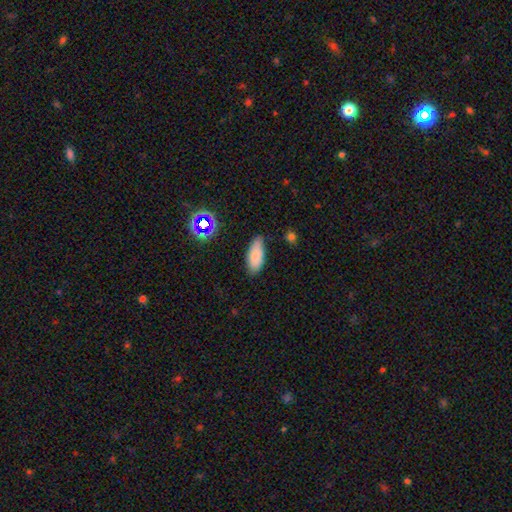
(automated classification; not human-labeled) Smooth or featured: smooth — 79% (featured or disk — 11%)
How rounded: in between — 84% (cigar-shaped — 14%)
Merging: none — 70% (minor disturbance — 23%)